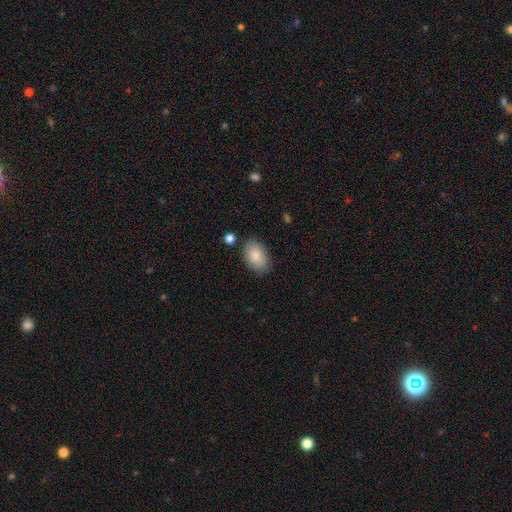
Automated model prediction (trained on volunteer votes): Smooth or featured?
  - smooth: 83% *
  - featured or disk: 11%
  - star or artifact: 7%
How rounded?
  - in between: 88% *
  - round: 10%
  - cigar-shaped: 1%
Merging?
  - none: 80% *
  - minor disturbance: 14%
  - major disturbance: 3%
  - merger: 2%